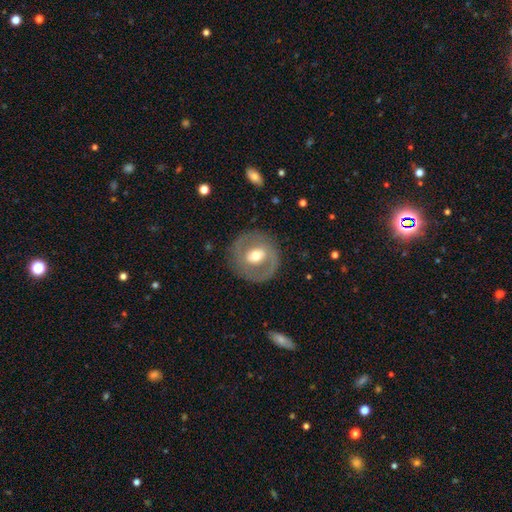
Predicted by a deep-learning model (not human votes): A featured or disk galaxy (56%) with no bar (41%), no spiral arms (64%) and a moderate central bulge (72%).

Vote fractions:
- Smooth or featured? featured or disk: 56% / smooth: 38% / star or artifact: 6%
- Edge-on disk? no: 95% / yes: 5%
- Bar? no: 41% / weak: 38% / strong: 21%
- Spiral arms? no: 64% / yes: 36%
- Bulge size? moderate: 72% / large: 13% / small: 13% / dominant: 1% / none: 1%
- Merging? none: 83% / minor disturbance: 10% / major disturbance: 6% / merger: 1%